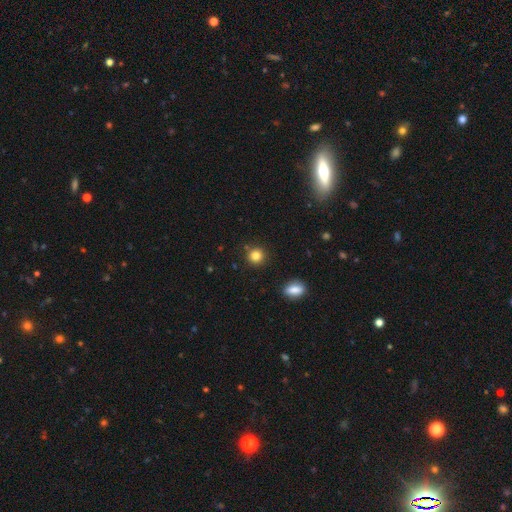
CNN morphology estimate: Smooth or featured?
  - smooth: 83% *
  - star or artifact: 12%
  - featured or disk: 5%
How rounded?
  - round: 92% *
  - in between: 7%
  - cigar-shaped: 1%
Merging?
  - none: 87% *
  - minor disturbance: 7%
  - merger: 3%
  - major disturbance: 2%